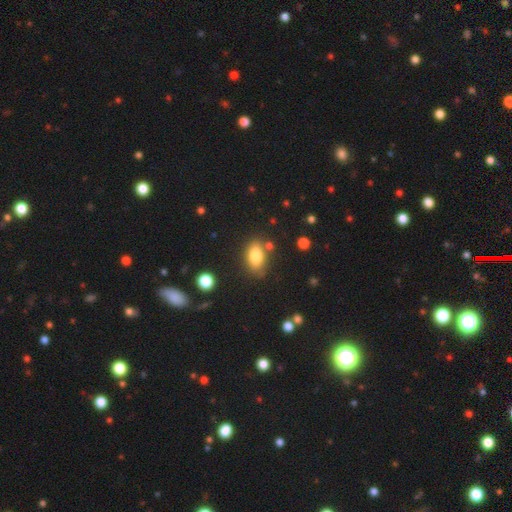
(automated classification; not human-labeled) Smooth or featured? Predicted: smooth (p=0.80). How rounded? Predicted: in between (p=0.87). Merging? Predicted: none (p=0.76).